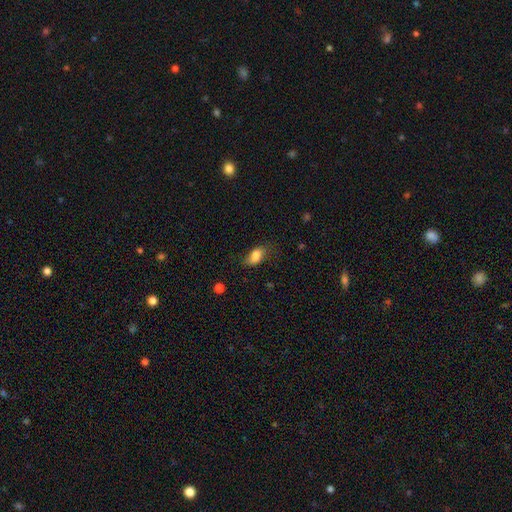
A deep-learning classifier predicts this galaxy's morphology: Smooth or featured? Predicted: smooth (p=0.79). How rounded? Predicted: in between (p=0.87). Merging? Predicted: none (p=0.52).